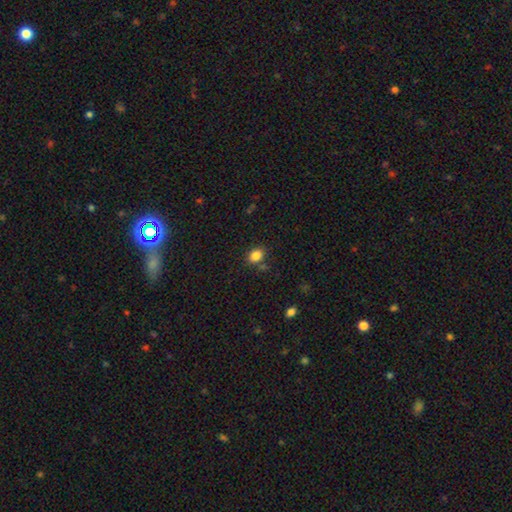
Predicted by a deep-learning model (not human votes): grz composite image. It shows a smooth galaxy with no disk features (84%) that is in between round and cigar-shaped (61%). Merging: none (79%).